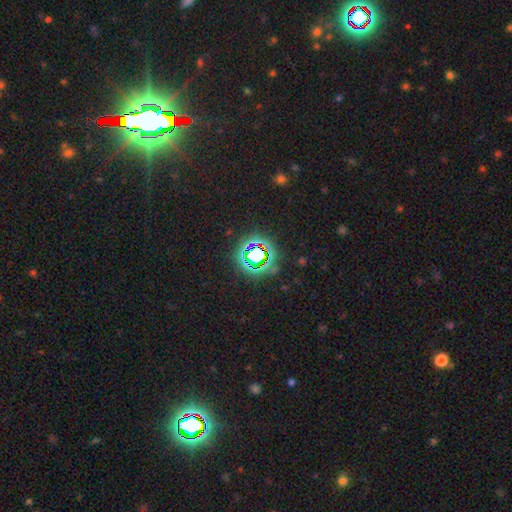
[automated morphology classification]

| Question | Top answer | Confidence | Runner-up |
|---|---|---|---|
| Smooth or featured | star or artifact | 71% | smooth (18%) |